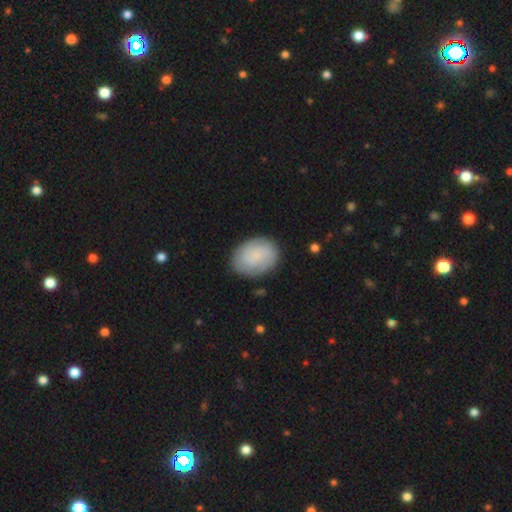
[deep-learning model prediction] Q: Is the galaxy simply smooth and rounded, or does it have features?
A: smooth — 68%.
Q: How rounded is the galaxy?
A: in between — 70%.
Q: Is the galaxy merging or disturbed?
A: none — 82%.